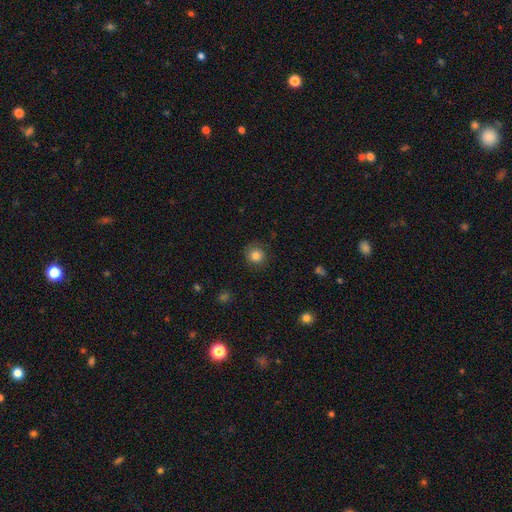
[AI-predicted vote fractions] A smooth galaxy with no disk features (83%) that is round (90%). Merging: none (83%).